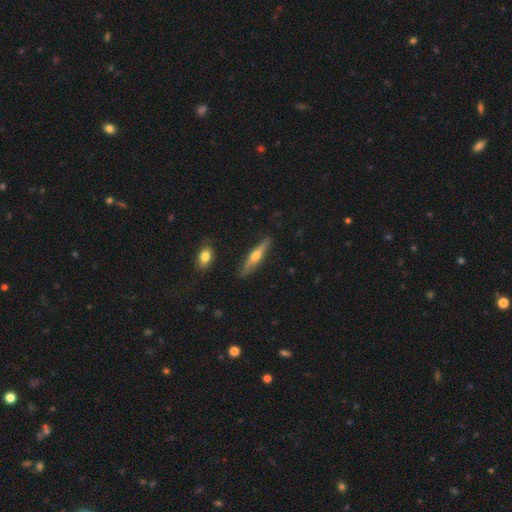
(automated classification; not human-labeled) Smooth or featured: featured or disk — 55% (smooth — 40%)
Edge-on disk: yes — 94% (no — 6%)
Edge-on bulge: rounded — 91% (none — 6%)
Merging: none — 87% (minor disturbance — 9%)